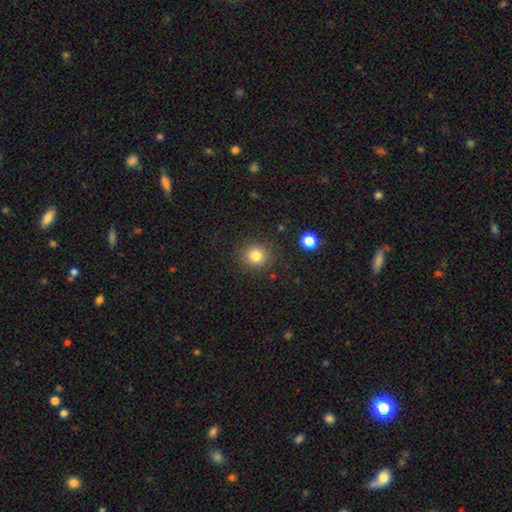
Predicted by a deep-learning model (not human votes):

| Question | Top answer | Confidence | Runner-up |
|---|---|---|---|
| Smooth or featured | smooth | 82% | star or artifact (12%) |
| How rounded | round | 86% | in between (13%) |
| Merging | none | 88% | minor disturbance (8%) |